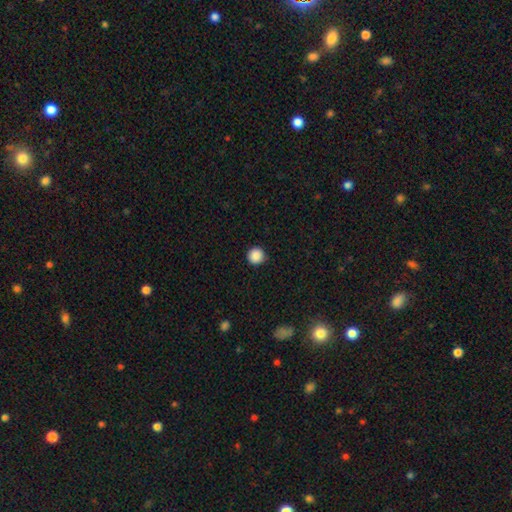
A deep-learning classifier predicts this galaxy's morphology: The model was most divided on "smooth or featured": smooth: 88%, star or artifact: 10%, featured or disk: 2%. More confident: how rounded — round (96%); merging — none (91%).